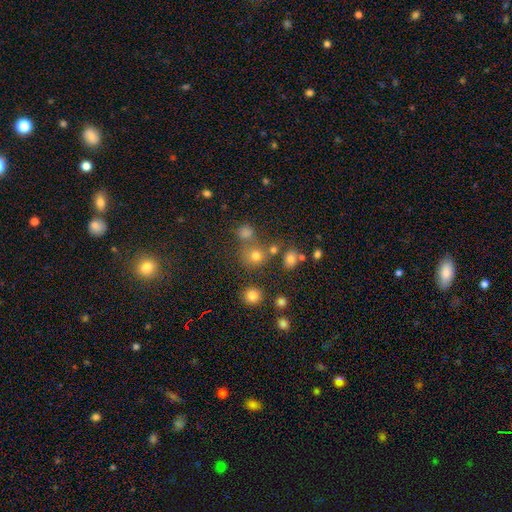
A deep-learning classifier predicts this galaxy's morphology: smooth-or-featured: smooth: 71% | star or artifact: 21% | featured or disk: 8%
  how-rounded: round: 85% | in between: 14% | cigar-shaped: 1%
  merging: none: 66% | merger: 20% | minor disturbance: 9% | major disturbance: 4%